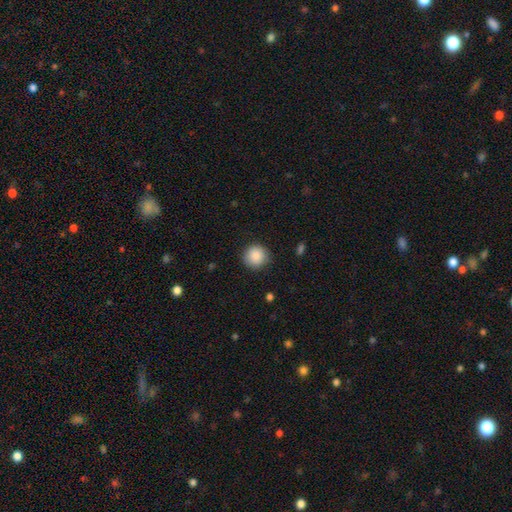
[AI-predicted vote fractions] A smooth galaxy with no disk features (88%) that is round (94%).

Vote fractions:
- Smooth or featured? smooth: 88% / star or artifact: 8% / featured or disk: 3%
- How rounded? round: 94% / in between: 5% / cigar-shaped: 1%
- Merging? none: 88% / minor disturbance: 8% / major disturbance: 2% / merger: 1%